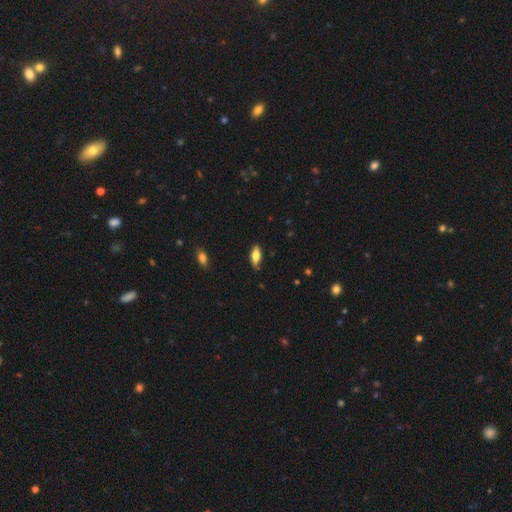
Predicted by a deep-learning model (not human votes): Q: Smooth or featured?
A: smooth (69%); runner-up: featured or disk (25%)
Q: How rounded?
A: in between (79%); runner-up: cigar-shaped (19%)
Q: Merging?
A: none (76%); runner-up: minor disturbance (19%)